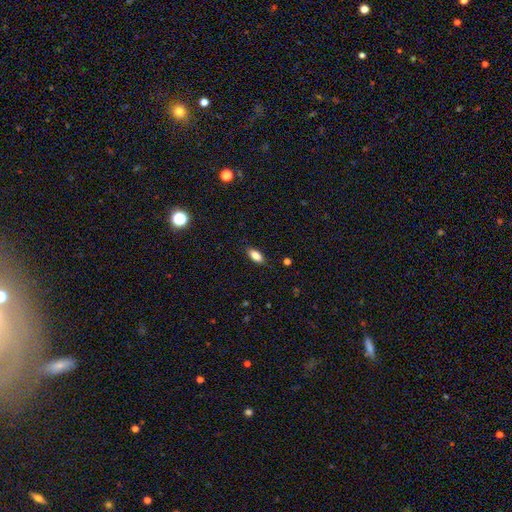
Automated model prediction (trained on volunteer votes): A smooth galaxy with no disk features (84%) that is in between round and cigar-shaped (83%).

Vote fractions:
- Smooth or featured? smooth: 84% / star or artifact: 8% / featured or disk: 8%
- How rounded? in between: 83% / cigar-shaped: 15% / round: 3%
- Merging? none: 86% / minor disturbance: 11% / major disturbance: 2% / merger: 1%